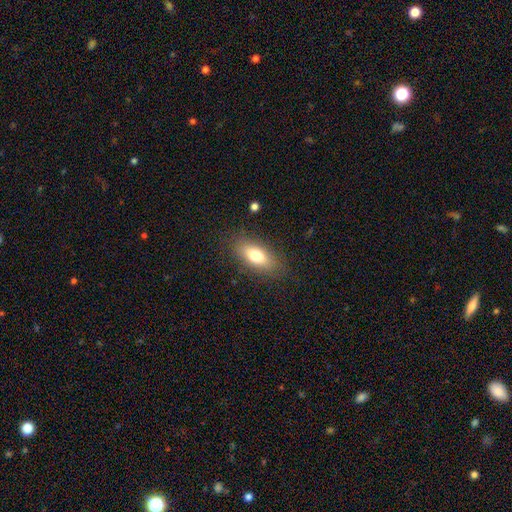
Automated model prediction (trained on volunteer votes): This appears to be a smooth galaxy with no disk features (75%) that is in between round and cigar-shaped (81%). Merging: none (84%).